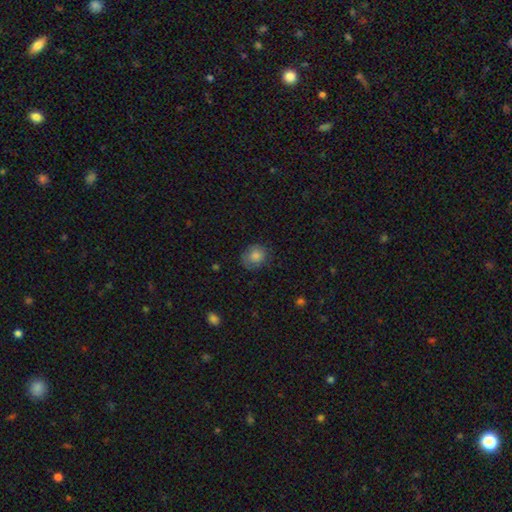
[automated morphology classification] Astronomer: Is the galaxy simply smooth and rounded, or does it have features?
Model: smooth — 80%.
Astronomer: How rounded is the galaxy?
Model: round — 69%.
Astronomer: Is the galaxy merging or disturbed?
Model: none — 74%.